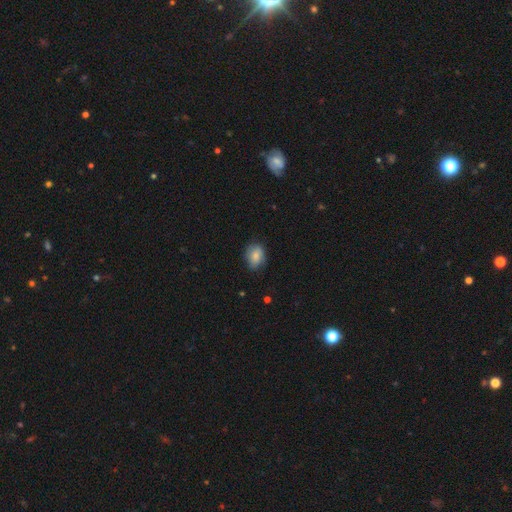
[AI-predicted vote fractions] Smooth or featured?
  - smooth: 82% *
  - featured or disk: 10%
  - star or artifact: 8%
How rounded?
  - in between: 70% *
  - round: 29%
  - cigar-shaped: 1%
Merging?
  - none: 73% *
  - minor disturbance: 22%
  - major disturbance: 4%
  - merger: 1%